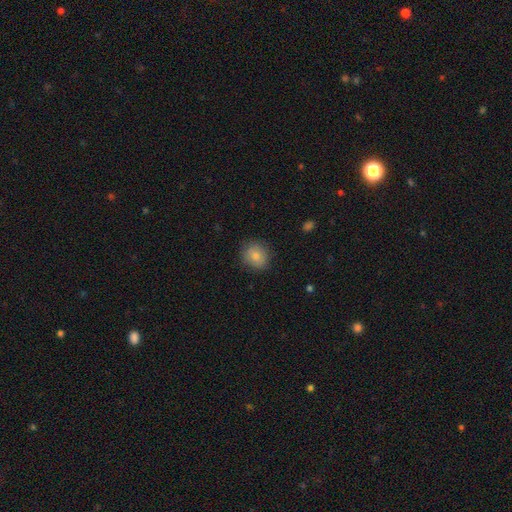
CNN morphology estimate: This is clearly a smooth galaxy (81%). How rounded: likely round (76%). Merging: clearly none (85%).